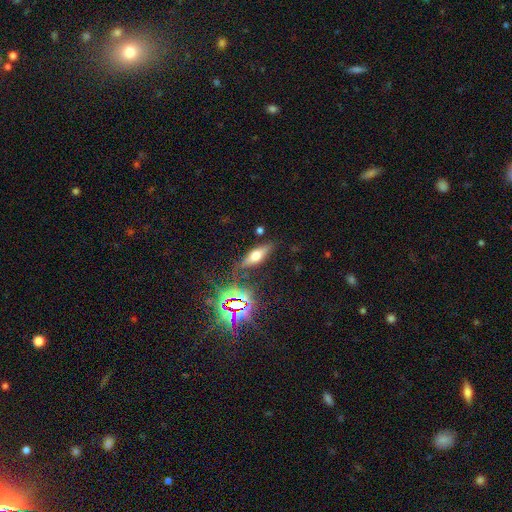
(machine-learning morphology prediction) Smooth or featured: smooth — 47% (featured or disk — 35%)
Merging: none — 78% (minor disturbance — 14%)